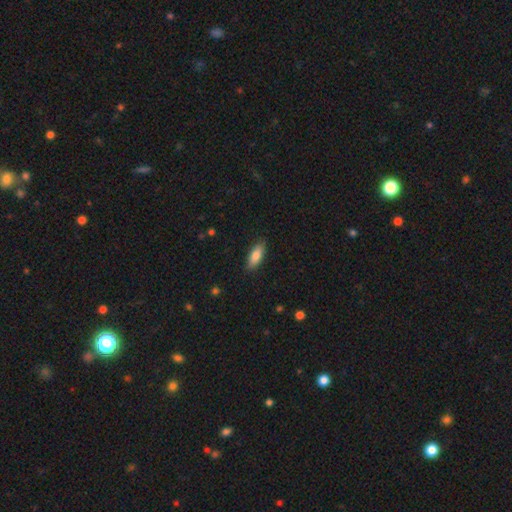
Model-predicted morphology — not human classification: smooth_or_featured: smooth (p=0.82) [alt: featured or disk p=0.12]
how_rounded: in between (p=0.72) [alt: cigar-shaped p=0.26]
merging: none (p=0.87) [alt: minor disturbance p=0.10]